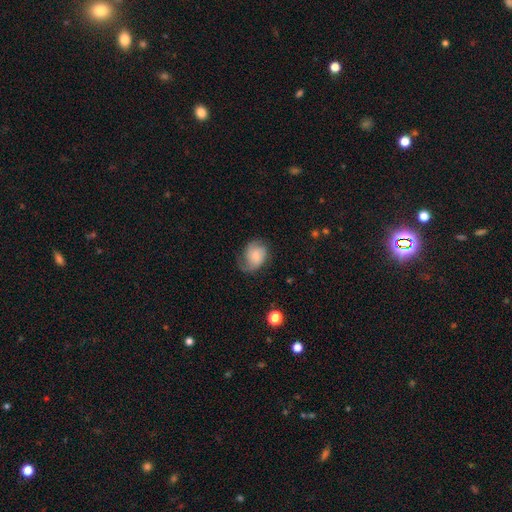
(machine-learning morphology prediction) smooth 47%, featured or disk 45%, star or artifact 8%. Down the decision tree: merging — none (48%).